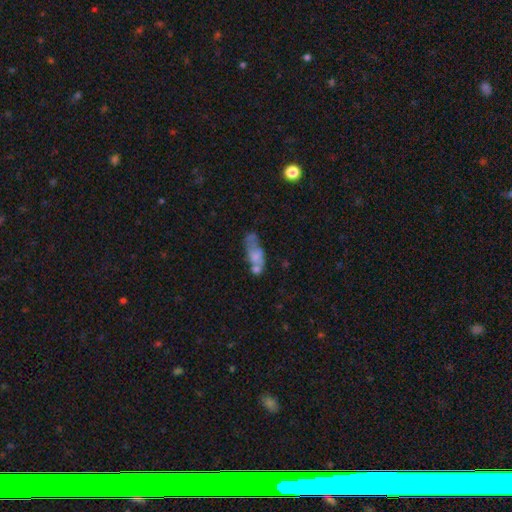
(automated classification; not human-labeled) This is possibly a smooth galaxy (54%). How rounded: likely in between (78%). Merging: marginally merger (33%).